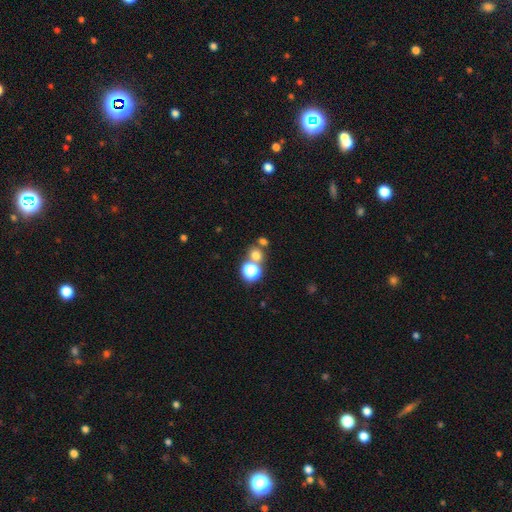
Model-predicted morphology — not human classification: Smooth or featured?
  - smooth: 66% *
  - star or artifact: 26%
  - featured or disk: 8%
How rounded?
  - round: 79% *
  - in between: 20%
  - cigar-shaped: 1%
Merging?
  - none: 61% *
  - merger: 28%
  - minor disturbance: 8%
  - major disturbance: 4%